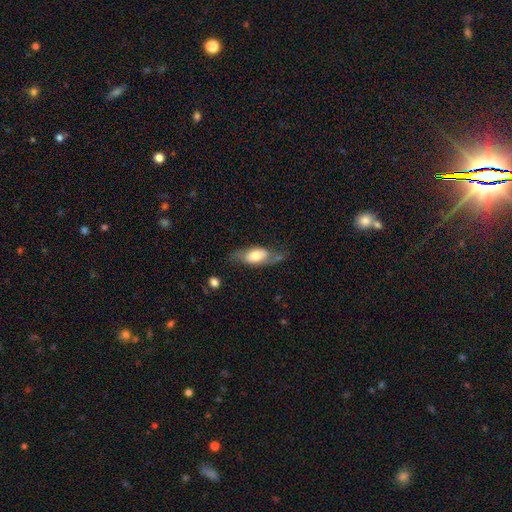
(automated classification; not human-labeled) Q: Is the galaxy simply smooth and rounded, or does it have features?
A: smooth — 50%.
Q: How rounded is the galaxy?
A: in between — 80%.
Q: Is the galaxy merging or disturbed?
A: none — 55%.